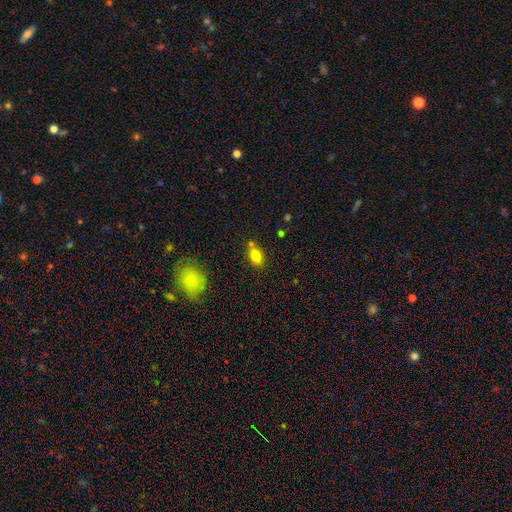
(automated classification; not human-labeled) A smooth galaxy with no disk features (79%) that is in between round and cigar-shaped (86%).

Vote fractions:
- Smooth or featured? smooth: 79% / featured or disk: 12% / star or artifact: 9%
- How rounded? in between: 86% / round: 8% / cigar-shaped: 6%
- Merging? none: 70% / minor disturbance: 14% / merger: 12% / major disturbance: 3%